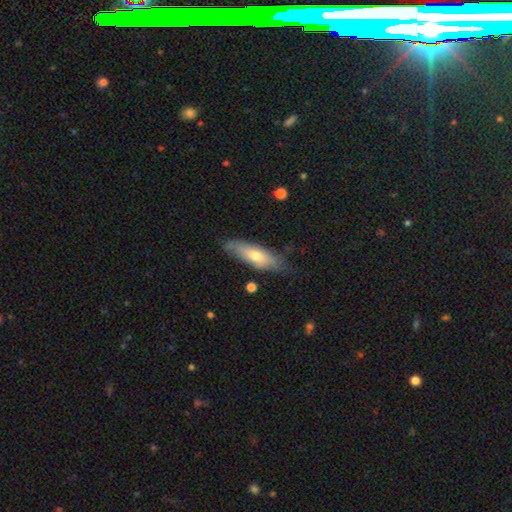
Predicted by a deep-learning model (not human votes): Smooth or featured?
  - smooth: 58% *
  - featured or disk: 36%
  - star or artifact: 6%
How rounded?
  - cigar-shaped: 57% *
  - in between: 41%
  - round: 2%
Merging?
  - none: 75% *
  - minor disturbance: 19%
  - major disturbance: 4%
  - merger: 2%